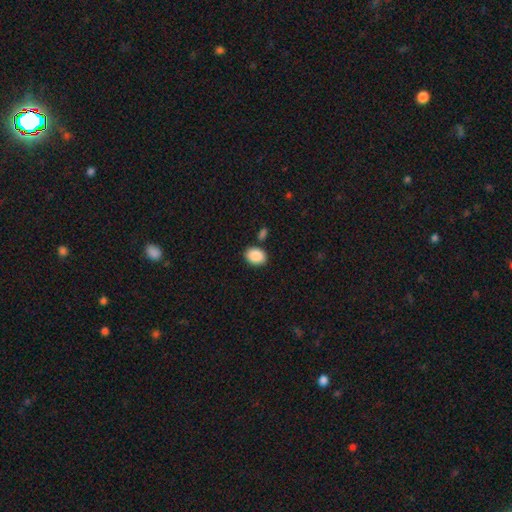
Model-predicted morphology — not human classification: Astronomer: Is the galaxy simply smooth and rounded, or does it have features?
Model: smooth — 89%.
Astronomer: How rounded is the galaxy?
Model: in between — 69%.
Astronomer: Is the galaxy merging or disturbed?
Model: none — 82%.